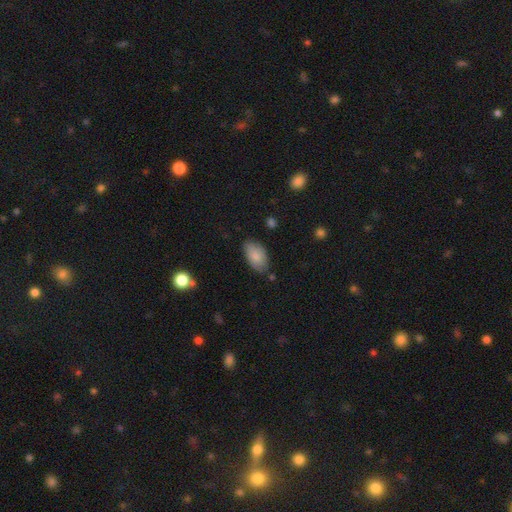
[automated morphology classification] Smooth or featured? smooth (85%)
How rounded? in between (94%)
Merging? none (76%)